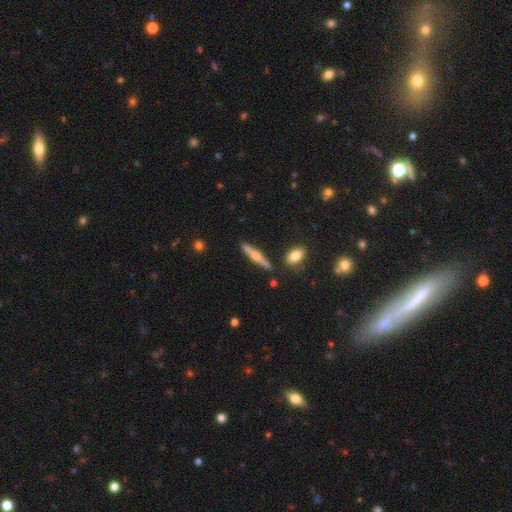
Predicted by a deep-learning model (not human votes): Q: Smooth or featured?
A: featured or disk (57%); runner-up: smooth (36%)
Q: Edge-on disk?
A: yes (96%); runner-up: no (4%)
Q: Edge-on bulge?
A: rounded (86%); runner-up: none (7%)
Q: Merging?
A: none (85%); runner-up: minor disturbance (9%)